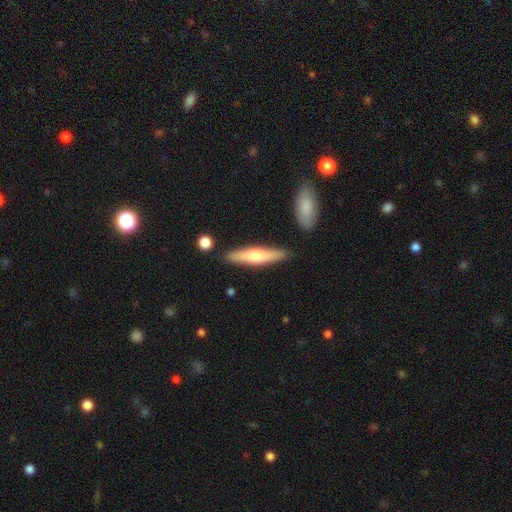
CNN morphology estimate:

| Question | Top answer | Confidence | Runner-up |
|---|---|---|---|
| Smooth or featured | smooth | 52% | featured or disk (43%) |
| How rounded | cigar-shaped | 84% | in between (15%) |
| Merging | none | 86% | minor disturbance (9%) |